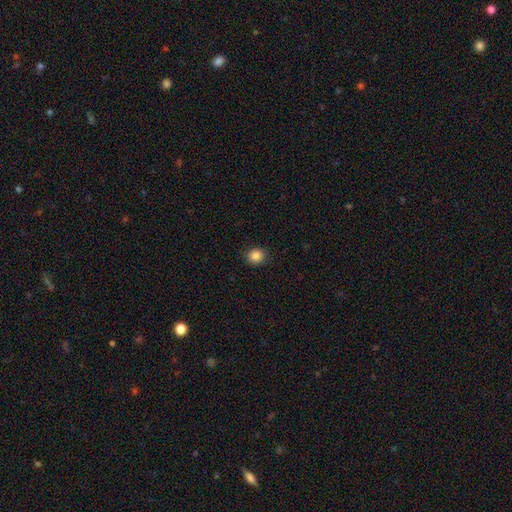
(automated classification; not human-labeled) Smooth or featured? smooth (85%)
How rounded? round (83%)
Merging? none (91%)